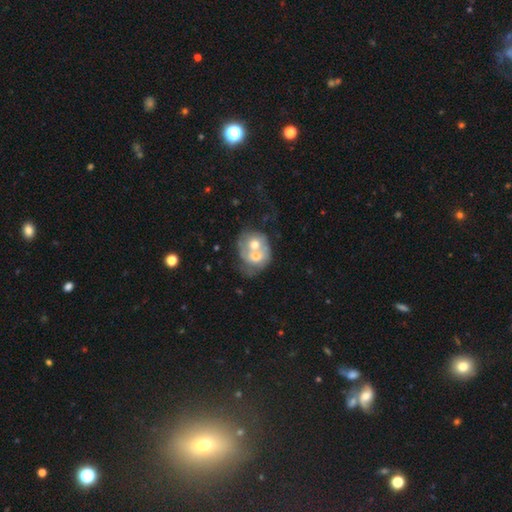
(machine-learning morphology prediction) This appears to be a smooth galaxy with no disk features (51%) that is round (62%). Merging: merger (76%).